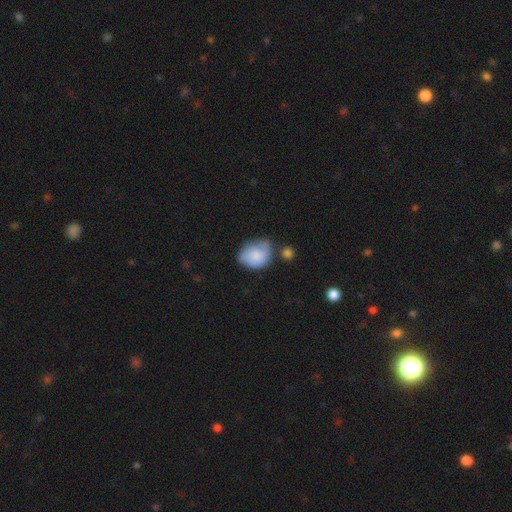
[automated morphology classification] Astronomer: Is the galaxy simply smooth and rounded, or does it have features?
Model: smooth — 79%.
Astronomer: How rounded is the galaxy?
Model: in between — 59% (runner-up: round, 40%).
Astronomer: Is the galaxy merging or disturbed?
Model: none — 44% (runner-up: minor disturbance, 34%).